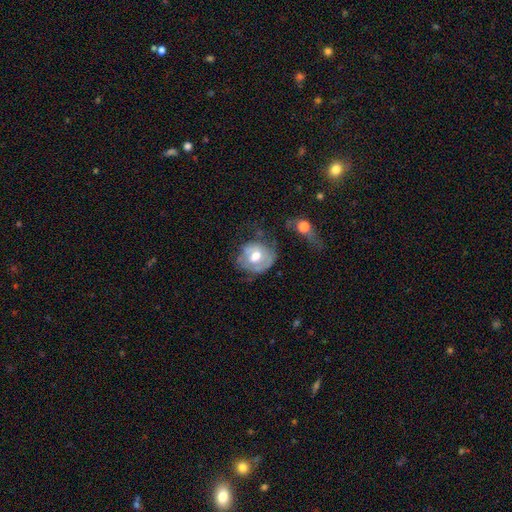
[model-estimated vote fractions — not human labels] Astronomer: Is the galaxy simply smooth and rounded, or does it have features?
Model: featured or disk — 51% (runner-up: smooth, 42%).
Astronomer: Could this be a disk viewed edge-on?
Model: no — 96%.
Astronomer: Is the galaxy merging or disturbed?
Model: none — 42% (runner-up: minor disturbance, 27%).